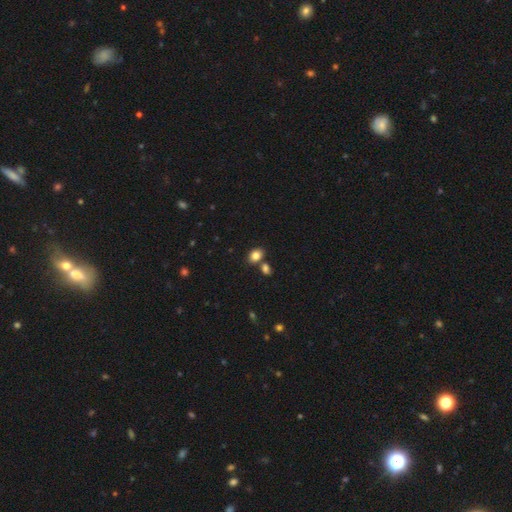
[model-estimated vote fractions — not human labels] A smooth galaxy with no disk features (83%) that is in between round and cigar-shaped (72%).

Vote fractions:
- Smooth or featured? smooth: 83% / star or artifact: 10% / featured or disk: 6%
- How rounded? in between: 72% / round: 27% / cigar-shaped: 1%
- Merging? none: 68% / merger: 19% / minor disturbance: 11% / major disturbance: 3%